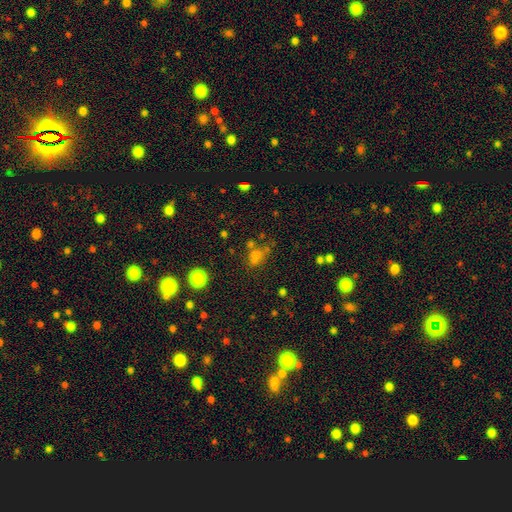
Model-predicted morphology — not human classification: A smooth galaxy with no disk features (55%) that is in between round and cigar-shaped (53%).

Vote fractions:
- Smooth or featured? smooth: 55% / star or artifact: 33% / featured or disk: 12%
- How rounded? in between: 53% / round: 43% / cigar-shaped: 5%
- Merging? none: 50% / merger: 21% / minor disturbance: 17% / major disturbance: 13%